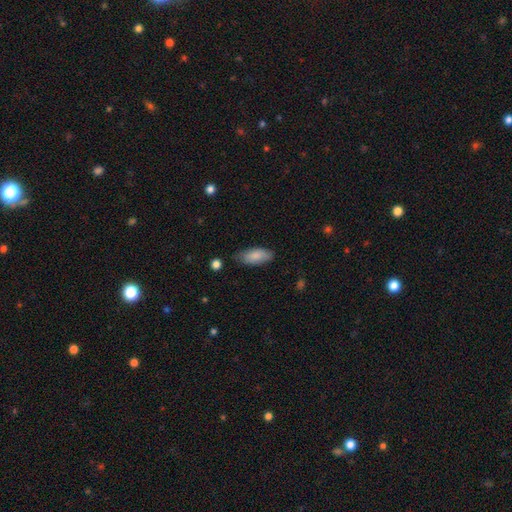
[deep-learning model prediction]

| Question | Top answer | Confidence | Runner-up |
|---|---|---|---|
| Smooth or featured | smooth | 85% | featured or disk (9%) |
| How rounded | in between | 85% | cigar-shaped (13%) |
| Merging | none | 74% | minor disturbance (20%) |